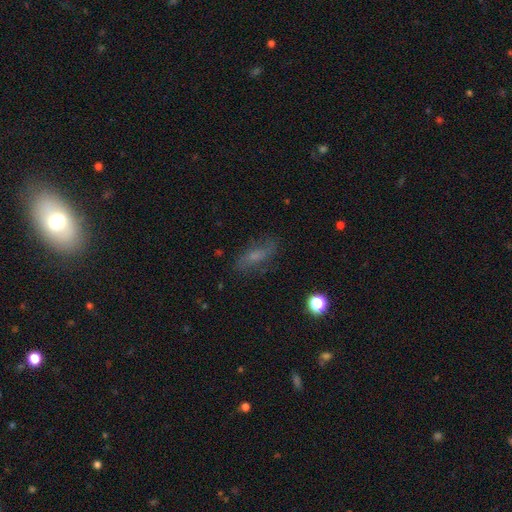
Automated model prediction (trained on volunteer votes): Smooth or featured? smooth (47%)
Merging? none (73%)